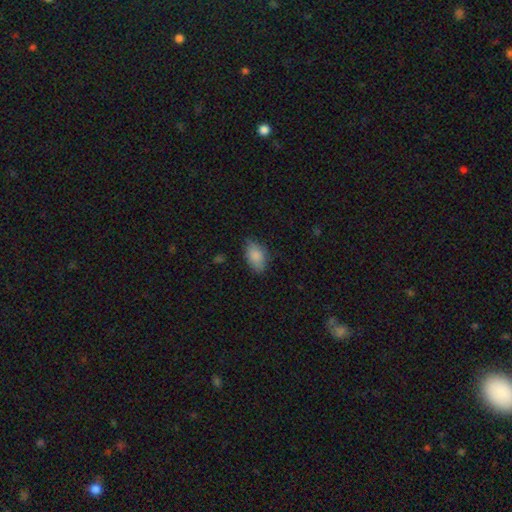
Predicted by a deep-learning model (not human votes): smooth-or-featured: smooth: 85% | featured or disk: 8% | star or artifact: 7%
  how-rounded: in between: 91% | round: 7% | cigar-shaped: 2%
  merging: none: 71% | minor disturbance: 23% | major disturbance: 4% | merger: 1%